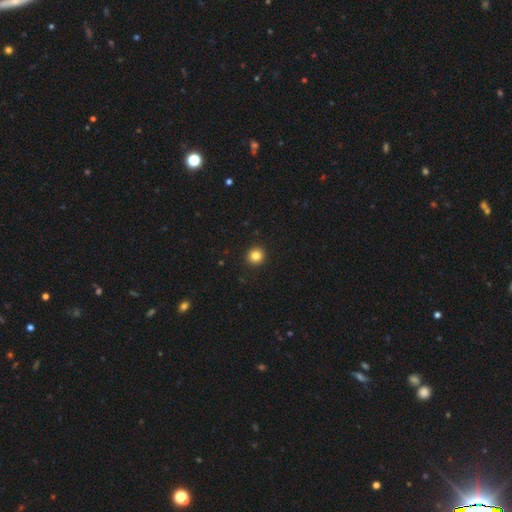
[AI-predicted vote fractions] Morphology: type=smooth (83%); roundness=round (93%); merging=none (94%).